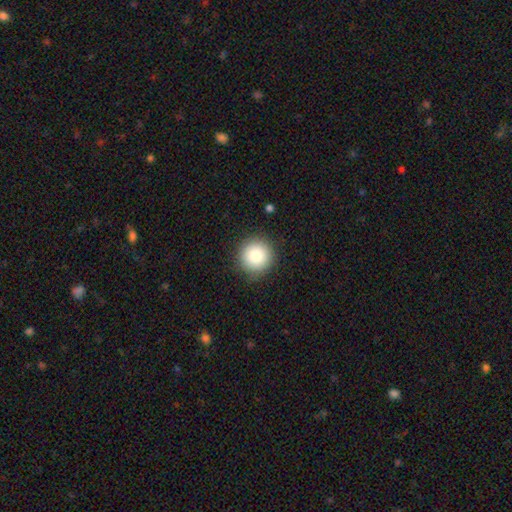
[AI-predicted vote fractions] Overall: smooth (84%). How rounded: round (95%). Merging: none (90%).